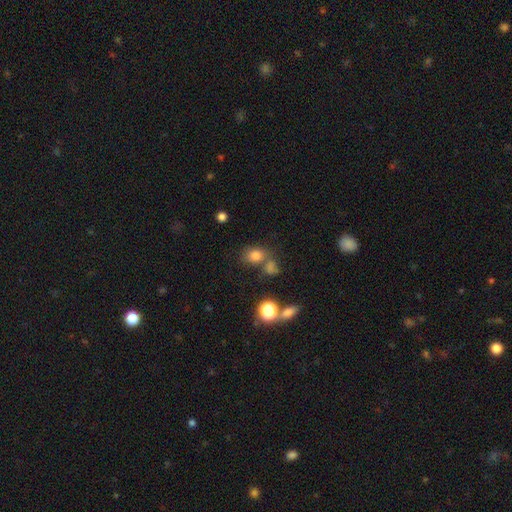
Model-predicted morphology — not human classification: This is likely a smooth galaxy (76%). How rounded: possibly in between (50%). Merging: possibly none (54%).